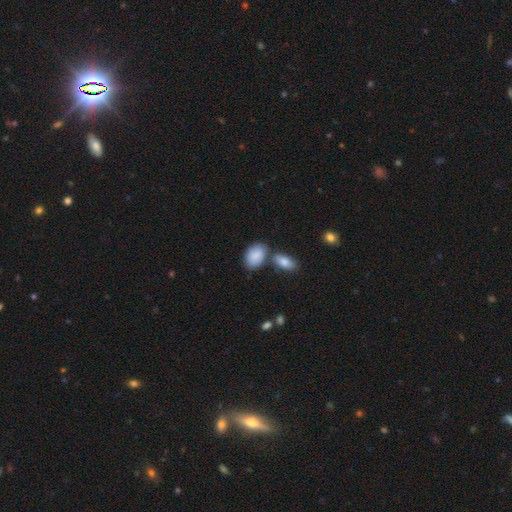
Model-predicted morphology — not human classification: A smooth galaxy with no disk features (86%) that is in between round and cigar-shaped (88%).

Vote fractions:
- Smooth or featured? smooth: 86% / featured or disk: 8% / star or artifact: 6%
- How rounded? in between: 88% / round: 10% / cigar-shaped: 2%
- Merging? none: 56% / merger: 24% / minor disturbance: 16% / major disturbance: 4%